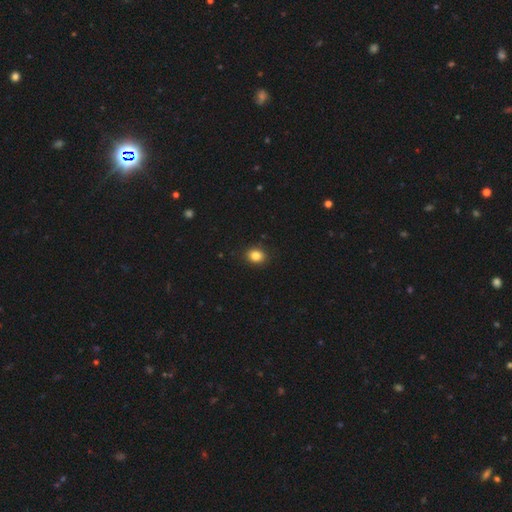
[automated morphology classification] This appears to be a smooth galaxy with no disk features (84%) that is round (61%). Merging: none (90%).